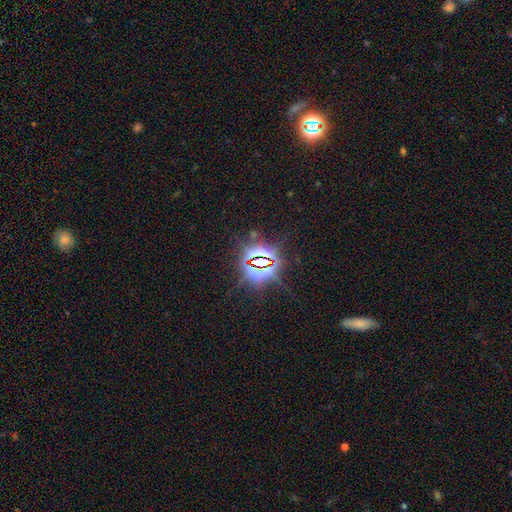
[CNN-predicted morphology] The model was most divided on "smooth or featured": star or artifact: 84%, smooth: 9%, featured or disk: 8%.